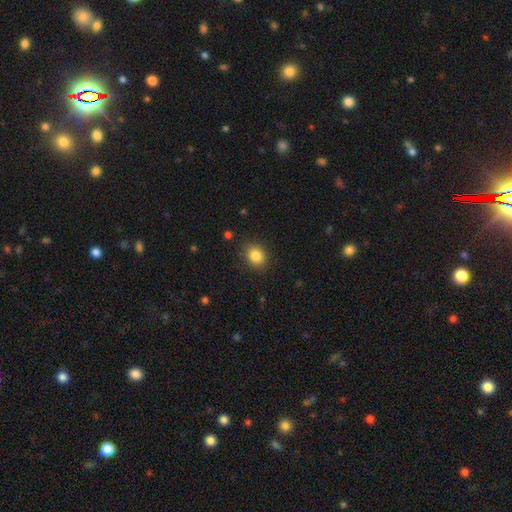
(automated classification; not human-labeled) A smooth galaxy with no disk features (84%) that is round (61%). Merging: none (87%).